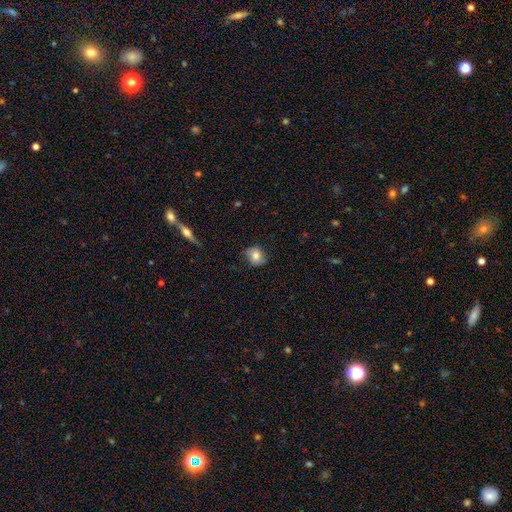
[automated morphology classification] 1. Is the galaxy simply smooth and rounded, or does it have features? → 72% smooth, 19% featured or disk, 9% star or artifact.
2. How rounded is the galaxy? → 62% round, 37% in between, 1% cigar-shaped.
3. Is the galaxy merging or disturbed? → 75% none, 20% minor disturbance, 4% major disturbance, 1% merger.